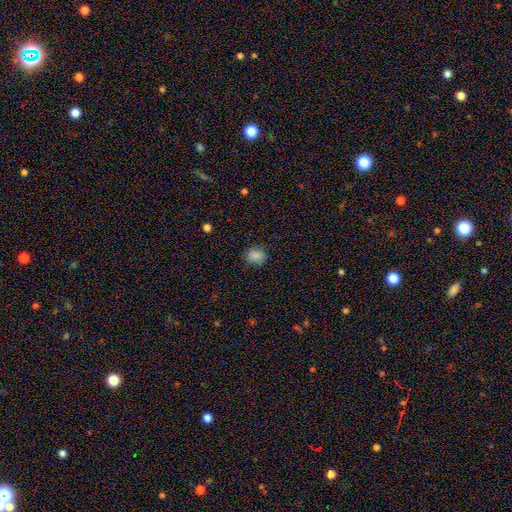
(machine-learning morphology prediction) This is clearly a smooth galaxy (85%). How rounded: likely round (66%). Merging: clearly none (82%).